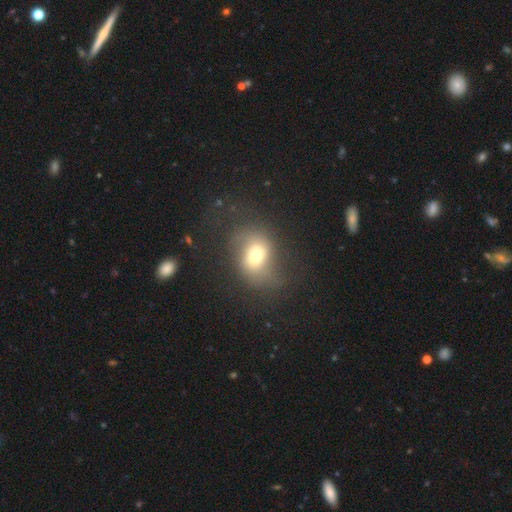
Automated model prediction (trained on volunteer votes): smooth-or-featured: smooth: 63% | featured or disk: 22% | star or artifact: 15%
  how-rounded: round: 50% | in between: 49% | cigar-shaped: 1%
  merging: none: 57% | minor disturbance: 21% | major disturbance: 20% | merger: 2%